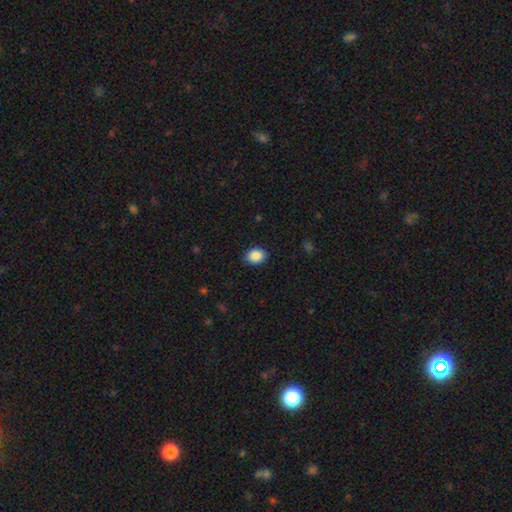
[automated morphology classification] smooth_or_featured: smooth (p=0.88) [alt: star or artifact p=0.08]
how_rounded: in between (p=0.64) [alt: round p=0.36]
merging: none (p=0.87) [alt: minor disturbance p=0.09]